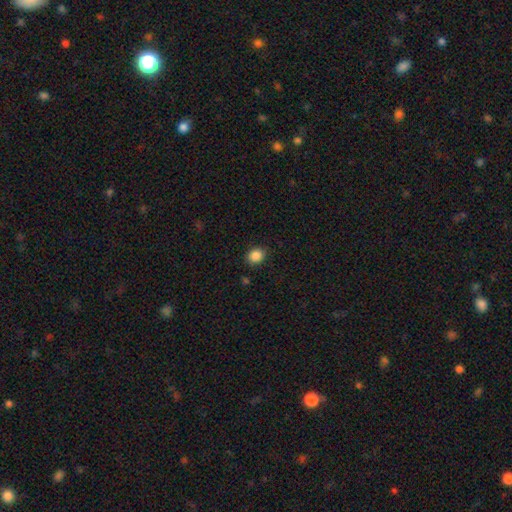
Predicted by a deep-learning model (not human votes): A smooth galaxy with no disk features (87%) that is round (56%).

Vote fractions:
- Smooth or featured? smooth: 87% / star or artifact: 10% / featured or disk: 3%
- How rounded? round: 56% / in between: 43% / cigar-shaped: 1%
- Merging? none: 87% / minor disturbance: 9% / major disturbance: 2% / merger: 1%